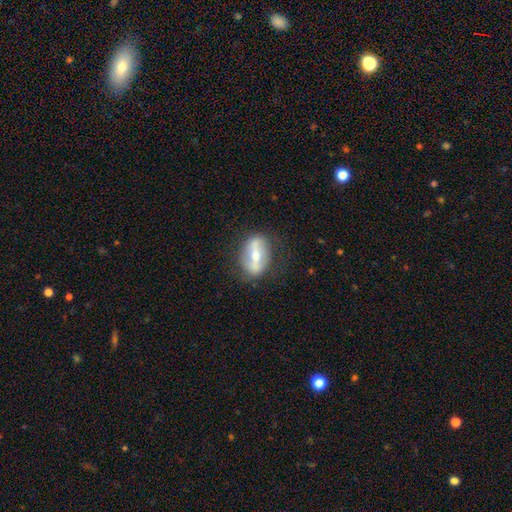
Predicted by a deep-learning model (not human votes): A featured or disk galaxy (66%). Merging: none (77%).